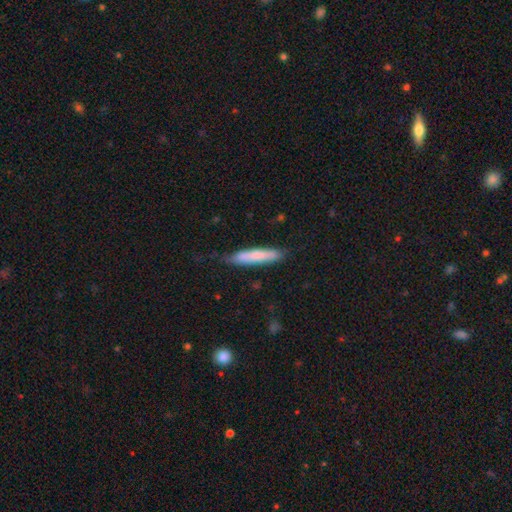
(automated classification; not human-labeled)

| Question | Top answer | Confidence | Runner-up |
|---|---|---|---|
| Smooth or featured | smooth | 75% | featured or disk (19%) |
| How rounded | cigar-shaped | 90% | in between (9%) |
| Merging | none | 76% | minor disturbance (19%) |